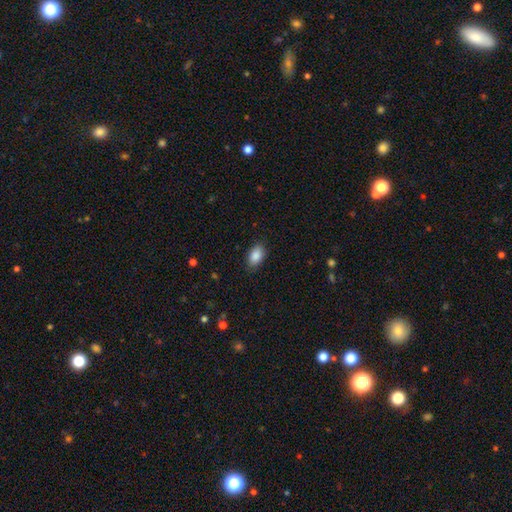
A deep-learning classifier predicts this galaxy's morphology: This is clearly a smooth galaxy (88%). How rounded: clearly in between (92%). Merging: clearly none (84%).